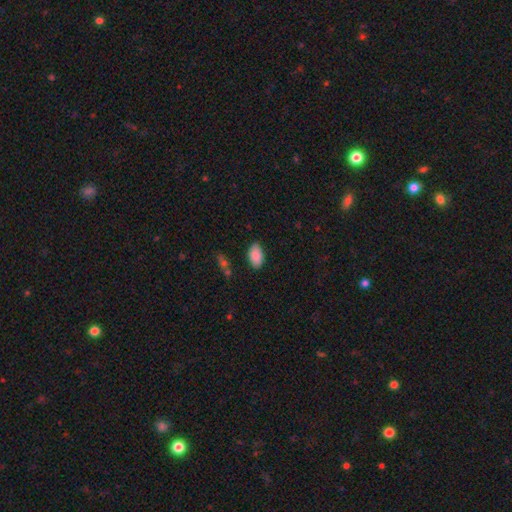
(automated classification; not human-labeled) A smooth galaxy with no disk features (88%) that is in between round and cigar-shaped (94%).

Vote fractions:
- Smooth or featured? smooth: 88% / star or artifact: 7% / featured or disk: 5%
- How rounded? in between: 94% / round: 4% / cigar-shaped: 2%
- Merging? none: 80% / minor disturbance: 16% / major disturbance: 3% / merger: 2%